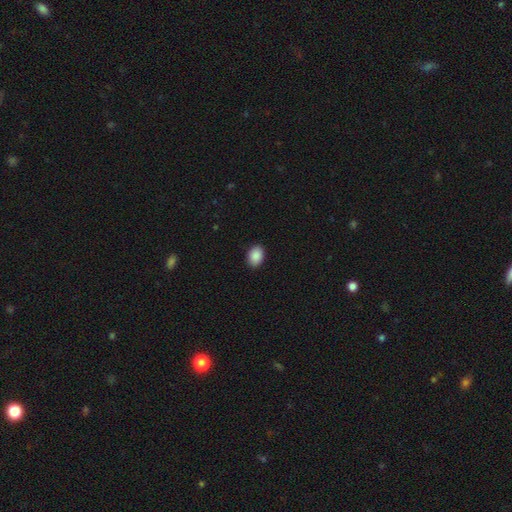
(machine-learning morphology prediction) A smooth galaxy with no disk features (90%) that is in between round and cigar-shaped (76%). Merging: none (90%).